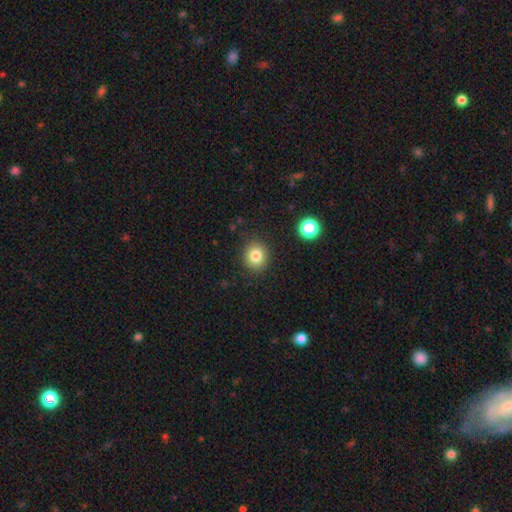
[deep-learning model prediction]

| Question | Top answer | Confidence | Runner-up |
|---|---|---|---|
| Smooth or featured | smooth | 81% | star or artifact (11%) |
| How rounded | round | 83% | in between (16%) |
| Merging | none | 89% | minor disturbance (7%) |